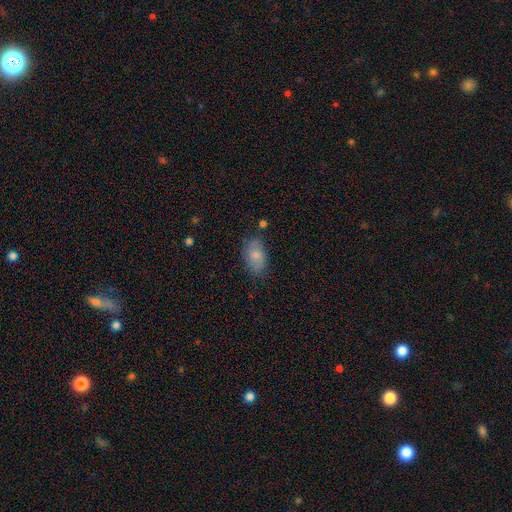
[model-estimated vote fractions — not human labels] A smooth galaxy with no disk features (75%) that is in between round and cigar-shaped (91%).

Vote fractions:
- Smooth or featured? smooth: 75% / featured or disk: 17% / star or artifact: 8%
- How rounded? in between: 91% / round: 7% / cigar-shaped: 2%
- Merging? none: 71% / minor disturbance: 21% / major disturbance: 5% / merger: 3%